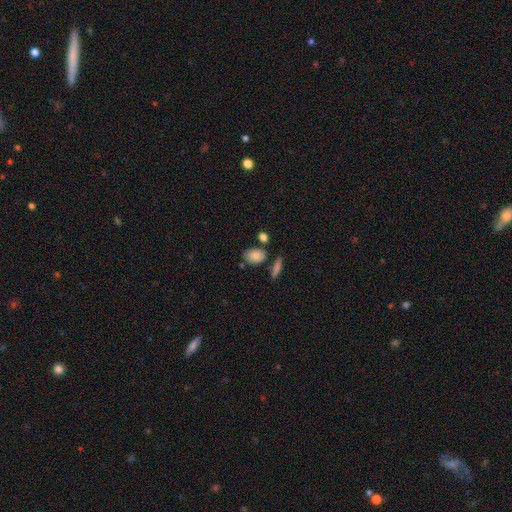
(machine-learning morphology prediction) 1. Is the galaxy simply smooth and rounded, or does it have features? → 85% smooth, 8% star or artifact, 7% featured or disk.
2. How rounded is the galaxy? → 81% in between, 16% round, 3% cigar-shaped.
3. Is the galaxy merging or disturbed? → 68% none, 14% minor disturbance, 14% merger, 4% major disturbance.